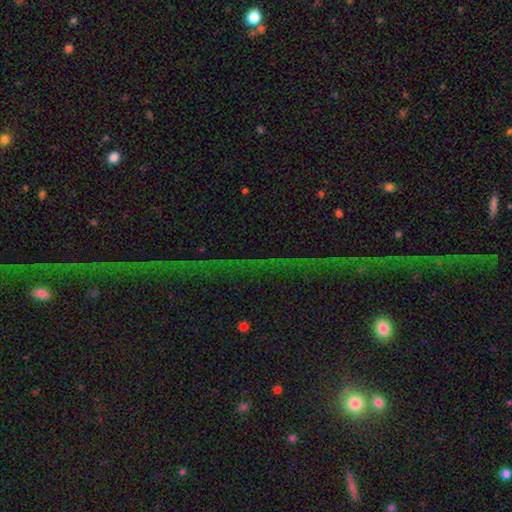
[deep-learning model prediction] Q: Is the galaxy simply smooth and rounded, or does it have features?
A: star or artifact — 73%.